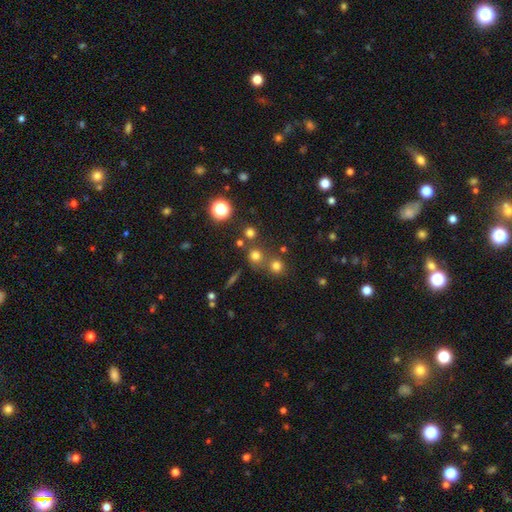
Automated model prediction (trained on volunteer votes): This is likely a smooth galaxy (69%). How rounded: clearly round (91%). Merging: likely none (68%).